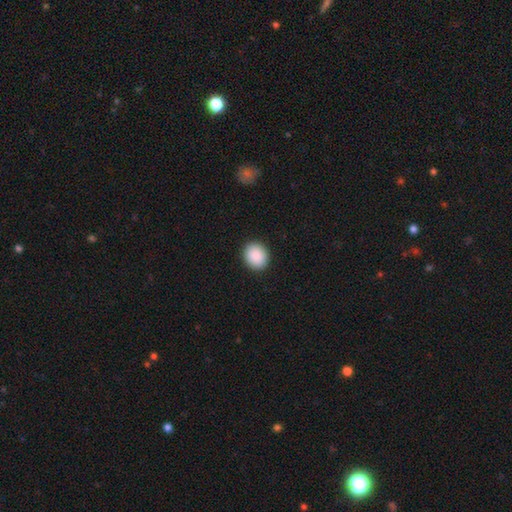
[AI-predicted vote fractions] Smooth or featured? Predicted: smooth (p=0.90). How rounded? Predicted: round (p=0.69). Merging? Predicted: none (p=0.91).